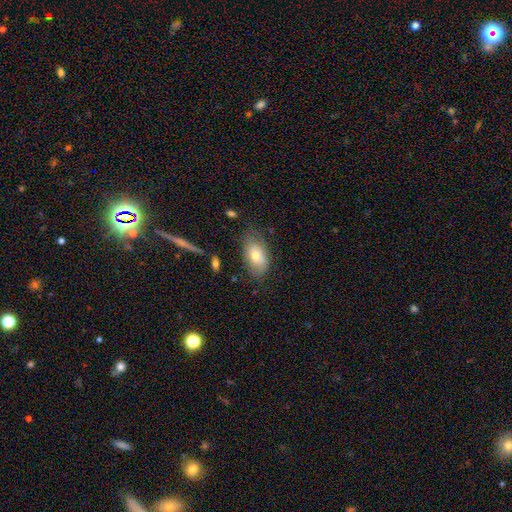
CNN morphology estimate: This appears to be a smooth galaxy with no disk features (71%) that is in between round and cigar-shaped (92%). Merging: none (68%).